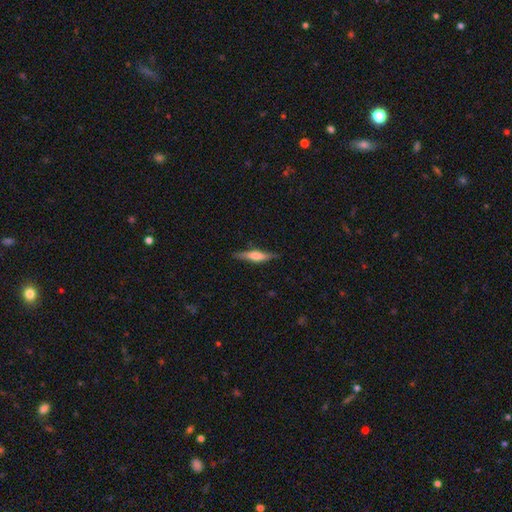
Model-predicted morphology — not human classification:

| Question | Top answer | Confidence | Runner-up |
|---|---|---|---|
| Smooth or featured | featured or disk | 55% | smooth (39%) |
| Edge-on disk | yes | 95% | no (5%) |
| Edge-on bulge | rounded | 69% | boxy (24%) |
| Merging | none | 83% | minor disturbance (13%) |